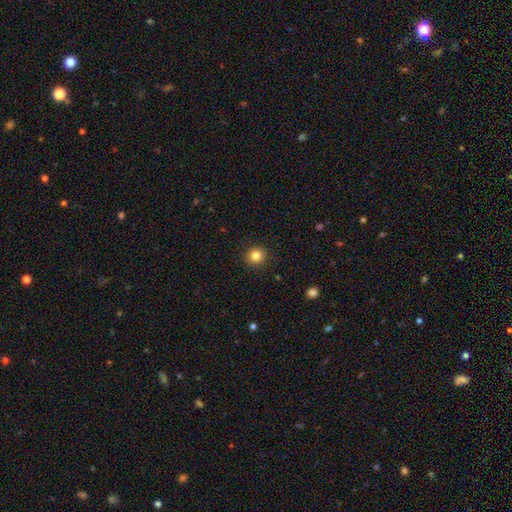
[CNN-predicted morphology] Q: Smooth or featured?
A: smooth (83%); runner-up: star or artifact (11%)
Q: How rounded?
A: round (90%); runner-up: in between (9%)
Q: Merging?
A: none (92%); runner-up: minor disturbance (5%)